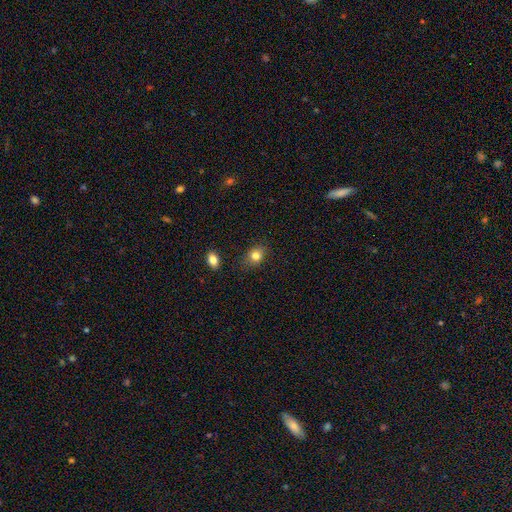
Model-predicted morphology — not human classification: type=smooth (81%); roundness=in between (58%); merging=none (80%).